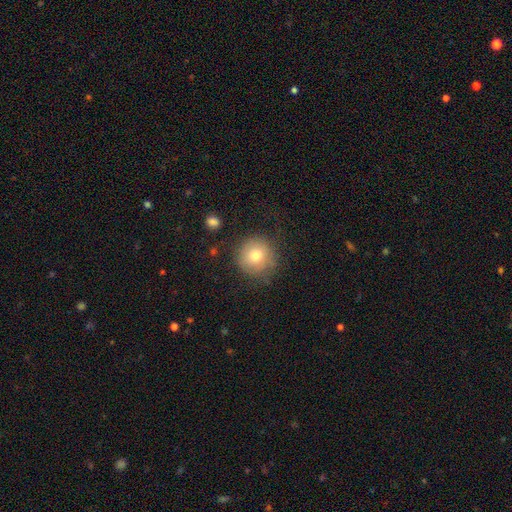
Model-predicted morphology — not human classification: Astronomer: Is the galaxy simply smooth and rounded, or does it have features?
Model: smooth — 75%.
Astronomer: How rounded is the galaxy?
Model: round — 94%.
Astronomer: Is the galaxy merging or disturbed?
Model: none — 80%.